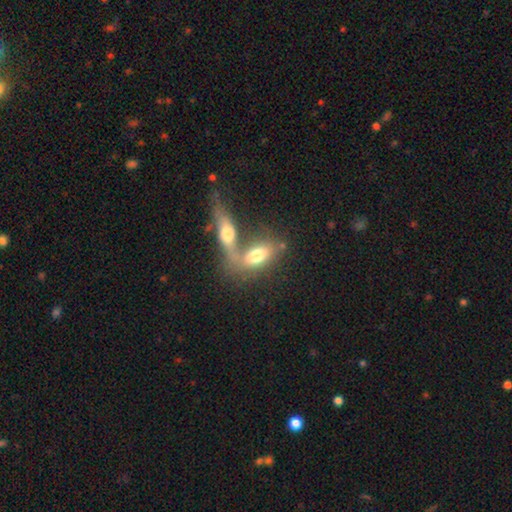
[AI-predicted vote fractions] Q: Smooth or featured?
A: smooth (63%); runner-up: featured or disk (29%)
Q: How rounded?
A: in between (81%); runner-up: cigar-shaped (12%)
Q: Merging?
A: merger (61%); runner-up: none (24%)